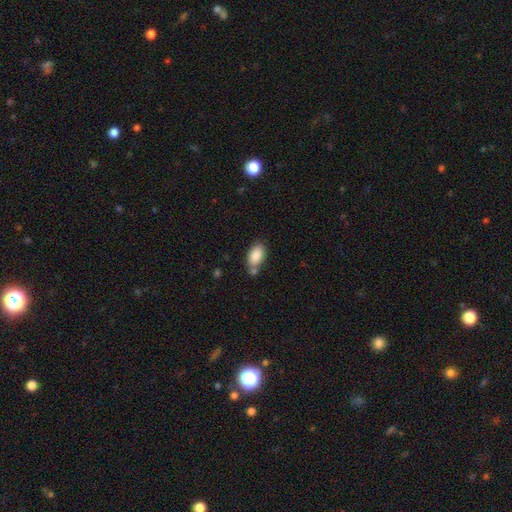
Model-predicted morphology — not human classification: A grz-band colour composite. It shows a smooth galaxy with no disk features (87%) that is in between round and cigar-shaped (93%). Merging: none (62%).